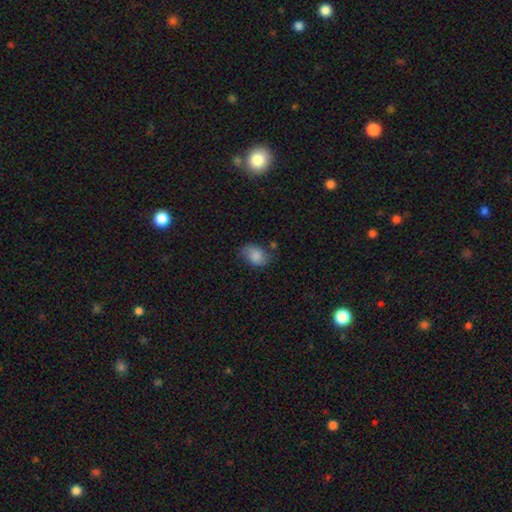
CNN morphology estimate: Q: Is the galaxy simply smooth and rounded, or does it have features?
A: smooth — 69%.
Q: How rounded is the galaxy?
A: in between — 79%.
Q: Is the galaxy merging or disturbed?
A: none — 58%.